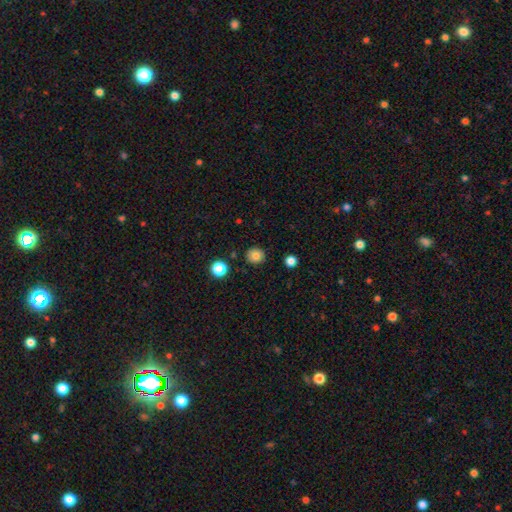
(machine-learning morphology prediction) The model was most divided on "smooth or featured": smooth: 81%, star or artifact: 12%, featured or disk: 8%. More confident: how rounded — round (89%); merging — none (88%).